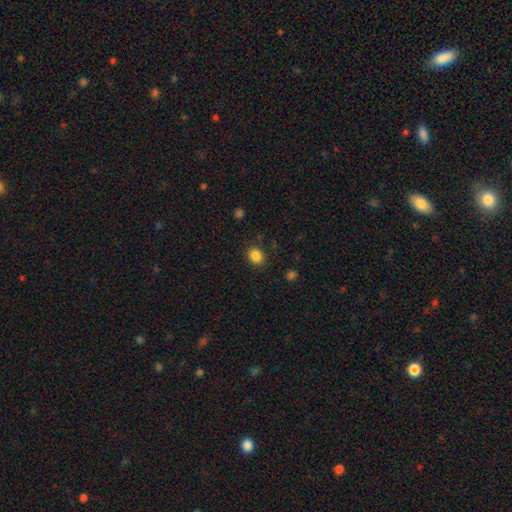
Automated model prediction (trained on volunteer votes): Q: Smooth or featured?
A: smooth (85%); runner-up: star or artifact (11%)
Q: How rounded?
A: round (58%); runner-up: in between (41%)
Q: Merging?
A: none (85%); runner-up: minor disturbance (11%)